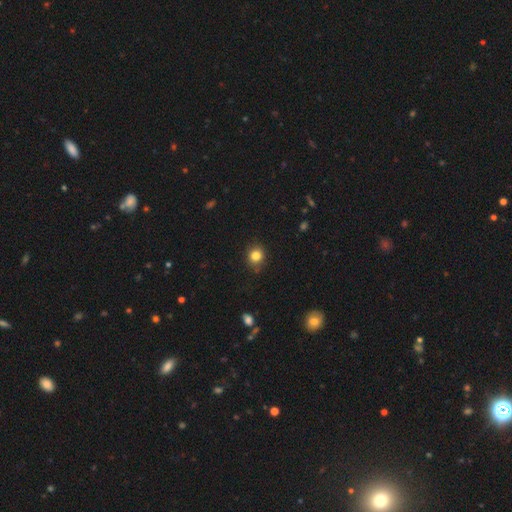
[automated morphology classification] The model was most divided on "how rounded": round: 78%, in between: 21%, cigar-shaped: 1%. More confident: merging — none (83%); smooth or featured — smooth (83%).